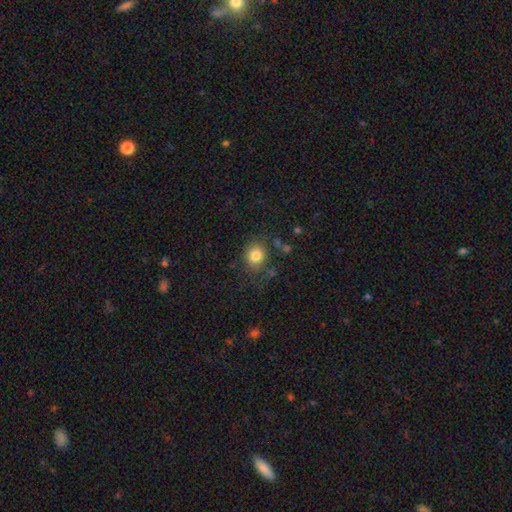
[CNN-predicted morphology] Smooth or featured? smooth (81%)
How rounded? round (73%)
Merging? none (76%)